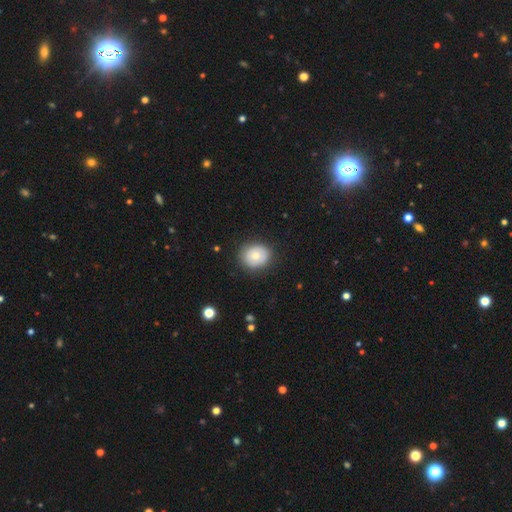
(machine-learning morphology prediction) The model was most divided on "how rounded": round: 72%, in between: 27%, cigar-shaped: 1%. More confident: merging — none (84%); smooth or featured — smooth (73%).